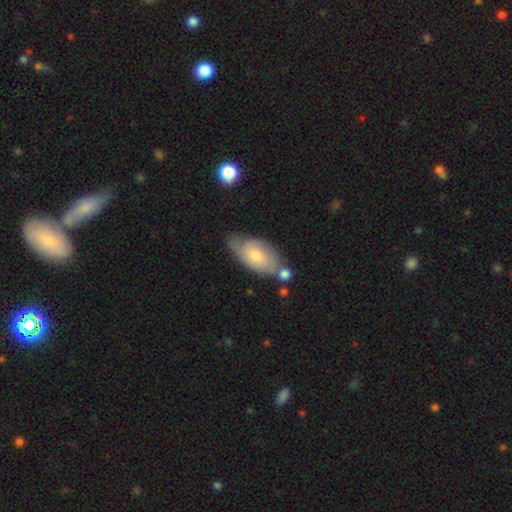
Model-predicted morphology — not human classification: A smooth galaxy with no disk features (56%) that is in between round and cigar-shaped (91%).

Vote fractions:
- Smooth or featured? smooth: 56% / featured or disk: 37% / star or artifact: 6%
- How rounded? in between: 91% / cigar-shaped: 6% / round: 3%
- Merging? none: 56% / minor disturbance: 25% / merger: 13% / major disturbance: 6%